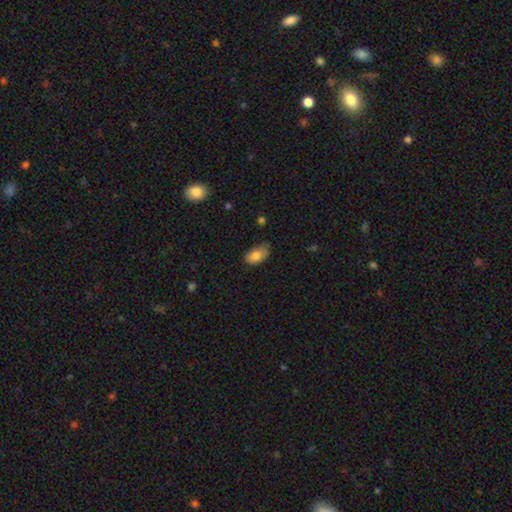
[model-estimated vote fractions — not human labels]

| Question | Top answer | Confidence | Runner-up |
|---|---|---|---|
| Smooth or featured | smooth | 83% | featured or disk (9%) |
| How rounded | in between | 91% | round (7%) |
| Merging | none | 58% | minor disturbance (34%) |